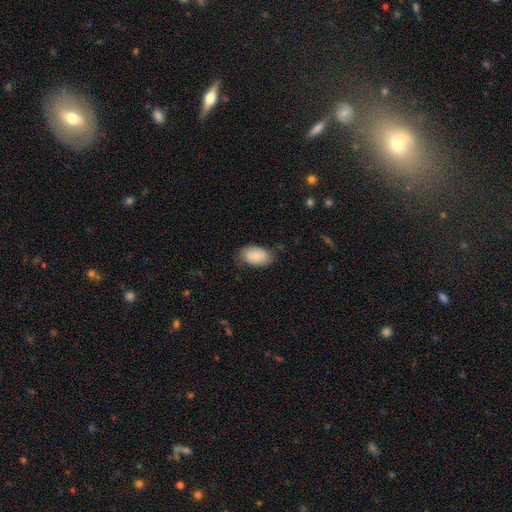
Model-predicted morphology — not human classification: Smooth or featured? smooth (76%)
How rounded? in between (92%)
Merging? none (75%)